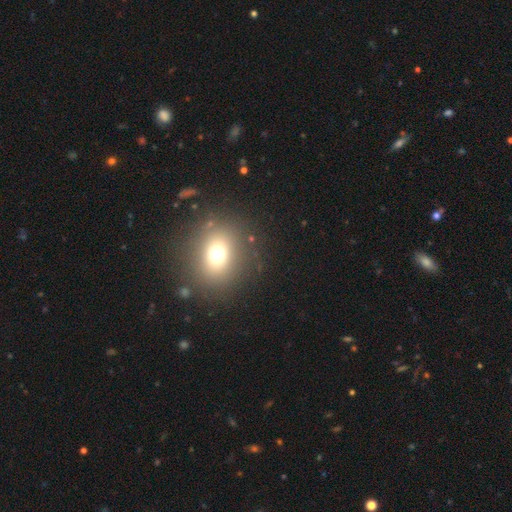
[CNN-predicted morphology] smooth 65%, star or artifact 20%, featured or disk 15%. Down the decision tree: how rounded — round (67%); merging — none (87%).